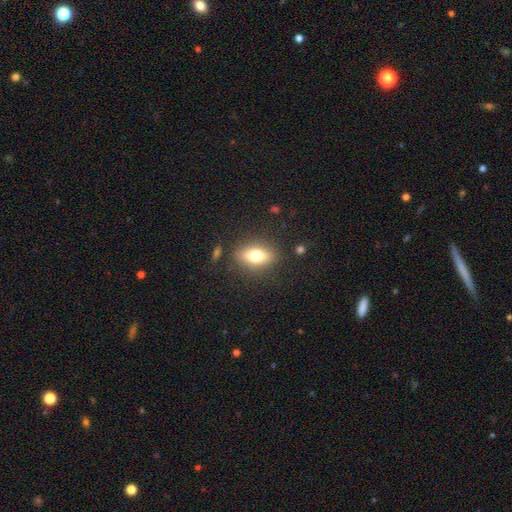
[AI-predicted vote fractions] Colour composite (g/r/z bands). It shows a smooth galaxy with no disk features (68%) that is in between round and cigar-shaped (75%). Merging: none (83%).